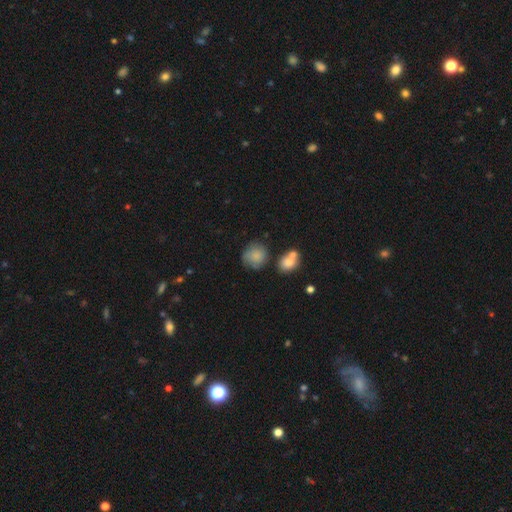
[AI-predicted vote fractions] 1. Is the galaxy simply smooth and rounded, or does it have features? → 79% smooth, 13% featured or disk, 8% star or artifact.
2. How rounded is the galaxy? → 82% round, 17% in between, 1% cigar-shaped.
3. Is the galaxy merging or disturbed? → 59% none, 23% minor disturbance, 10% merger, 8% major disturbance.